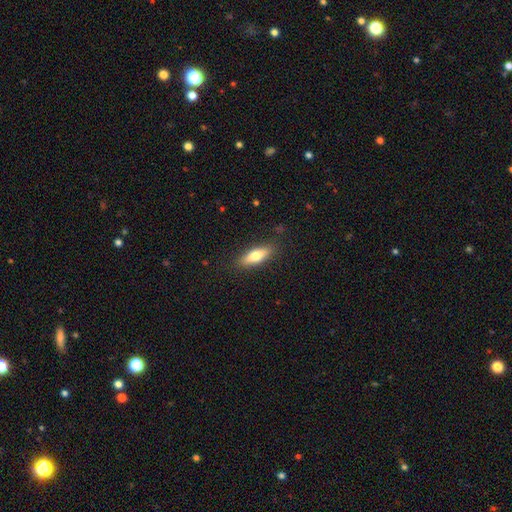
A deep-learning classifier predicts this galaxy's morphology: A smooth galaxy with no disk features (65%) that is in between round and cigar-shaped (49%).

Vote fractions:
- Smooth or featured? smooth: 65% / featured or disk: 28% / star or artifact: 6%
- How rounded? in between: 49% / cigar-shaped: 48% / round: 2%
- Merging? none: 86% / minor disturbance: 10% / major disturbance: 2% / merger: 1%